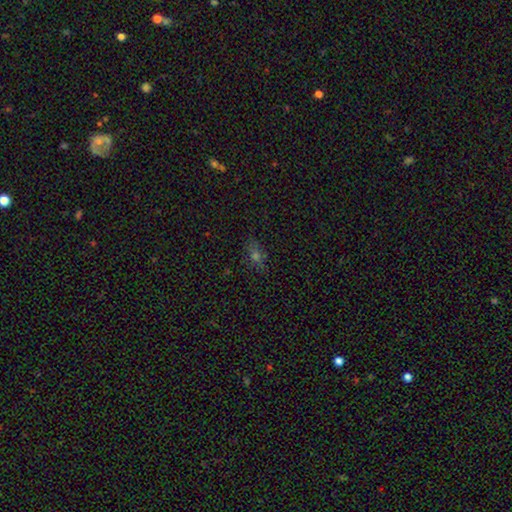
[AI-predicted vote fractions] This is possibly a smooth galaxy (52%). How rounded: likely in between (66%). Merging: clearly none (81%).